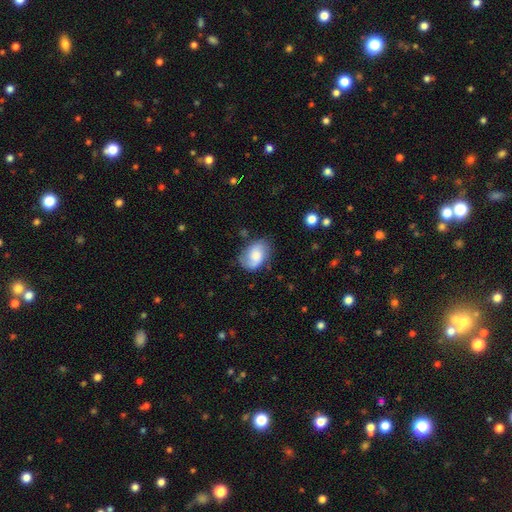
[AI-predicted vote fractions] A featured or disk galaxy (48%). Merging: none (67%).